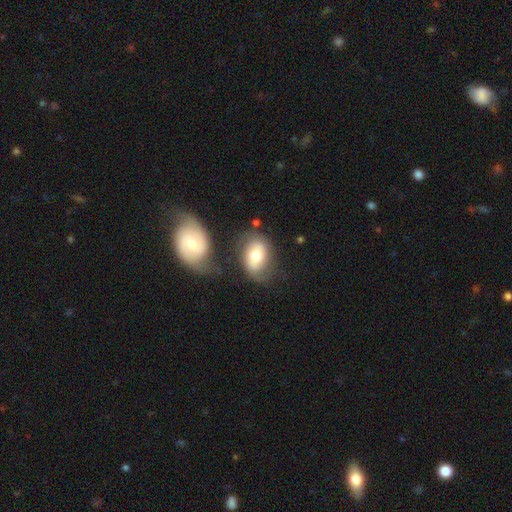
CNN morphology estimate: The model was most divided on "merging": none: 52%, minor disturbance: 21%, merger: 16%, major disturbance: 11%. More confident: how rounded — in between (79%); smooth or featured — smooth (64%).